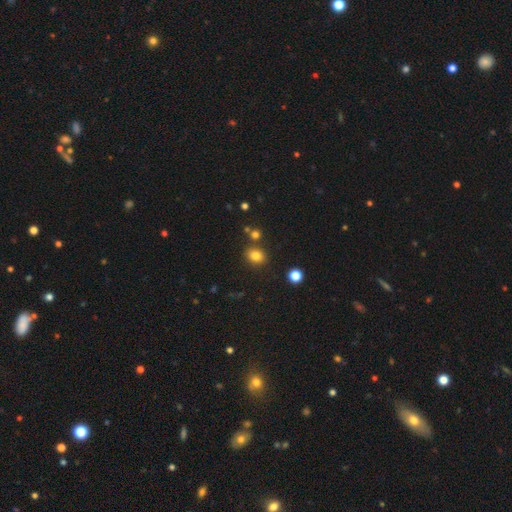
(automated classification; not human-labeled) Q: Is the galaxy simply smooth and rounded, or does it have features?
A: smooth — 82%.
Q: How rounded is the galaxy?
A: round — 52%.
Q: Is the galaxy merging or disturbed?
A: none — 80%.